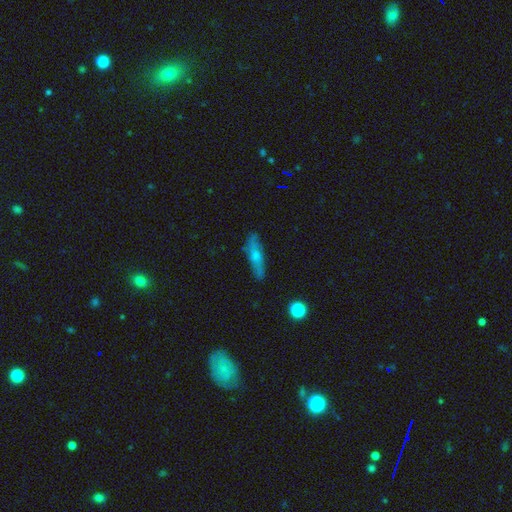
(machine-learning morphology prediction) Smooth or featured? Predicted: smooth (p=0.58). How rounded? Predicted: cigar-shaped (p=0.68). Merging? Predicted: none (p=0.79).